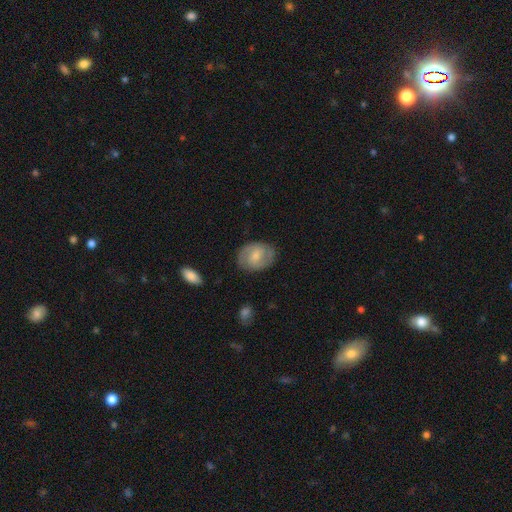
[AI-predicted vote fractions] featured or disk 51%, smooth 42%, star or artifact 6%. Down the decision tree: edge-on disk — no (97%); merging — none (77%).